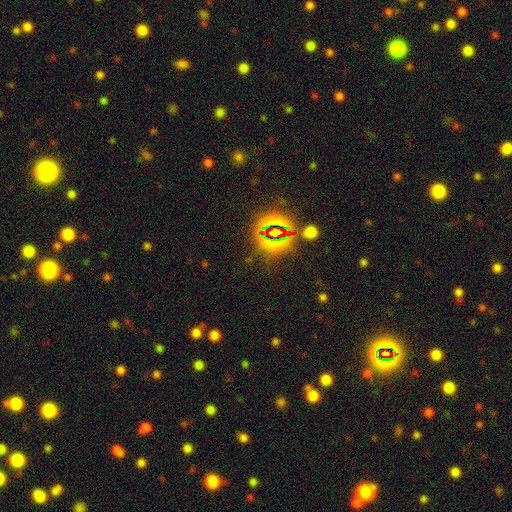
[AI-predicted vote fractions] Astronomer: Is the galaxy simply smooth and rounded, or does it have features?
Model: star or artifact — 78%.